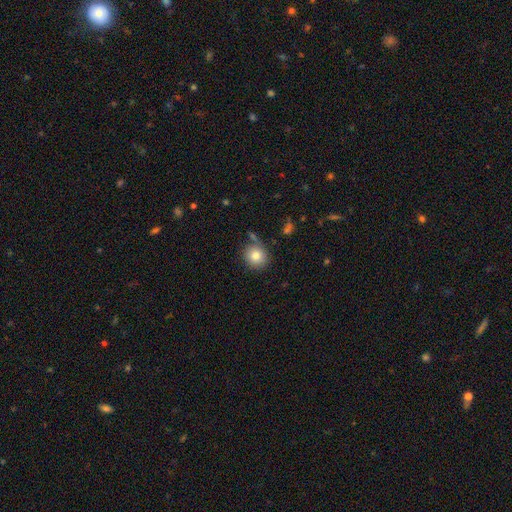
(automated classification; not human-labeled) smooth_or_featured: smooth (p=0.80) [alt: star or artifact p=0.10]
how_rounded: round (p=0.87) [alt: in between p=0.12]
merging: none (p=0.76) [alt: minor disturbance p=0.13]